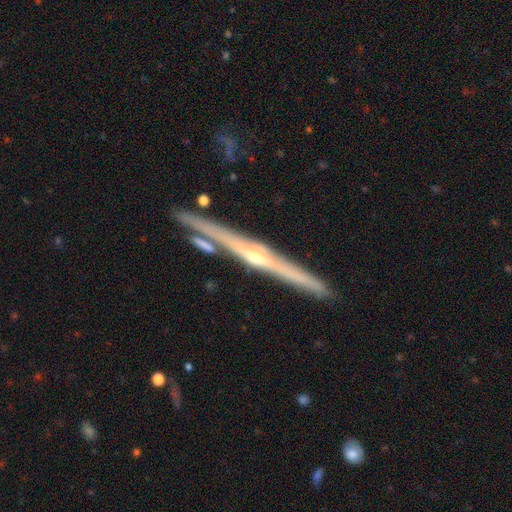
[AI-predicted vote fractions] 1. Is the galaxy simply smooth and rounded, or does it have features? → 86% featured or disk, 9% smooth, 5% star or artifact.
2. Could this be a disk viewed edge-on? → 98% yes, 2% no.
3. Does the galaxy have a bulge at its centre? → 80% rounded, 15% none, 4% boxy.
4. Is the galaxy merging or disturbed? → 86% none, 8% minor disturbance, 3% merger, 2% major disturbance.